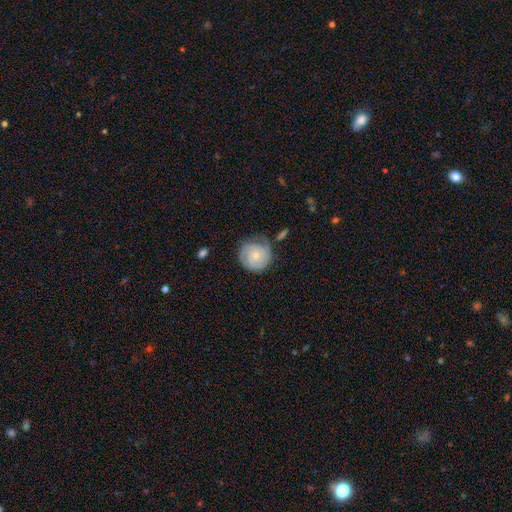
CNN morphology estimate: Smooth or featured?
  - featured or disk: 62% *
  - smooth: 31%
  - star or artifact: 6%
Edge-on disk?
  - no: 98% *
  - yes: 2%
Bar?
  - no: 78% *
  - weak: 19%
  - strong: 3%
Spiral arms?
  - yes: 91% *
  - no: 9%
Spiral winding?
  - tight: 71% *
  - medium: 23%
  - loose: 6%
Spiral arm count?
  - can't tell: 31% *
  - 2: 28%
  - 3: 23%
  - 1: 7%
  - 4: 7%
  - more than 4: 4%
Bulge size?
  - small: 71% *
  - moderate: 23%
  - none: 3%
  - large: 1%
  - dominant: 1%
Merging?
  - none: 65% *
  - minor disturbance: 23%
  - major disturbance: 9%
  - merger: 4%